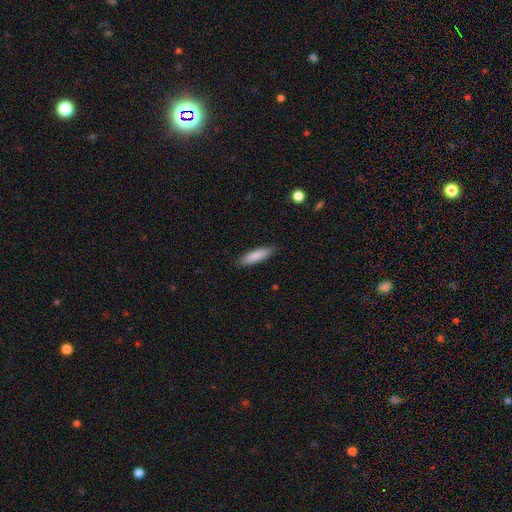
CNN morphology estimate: This is clearly a smooth galaxy (85%). How rounded: likely cigar-shaped (66%). Merging: clearly none (87%).